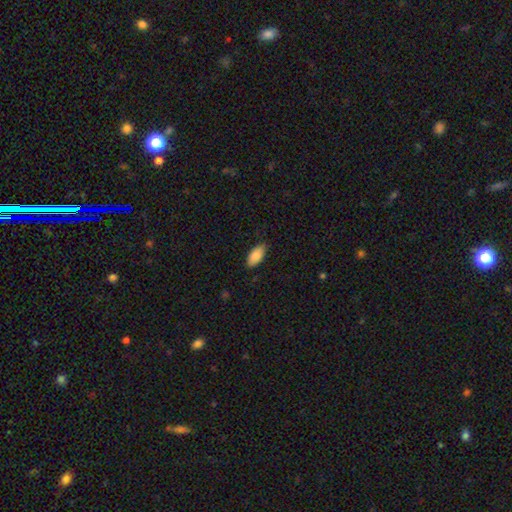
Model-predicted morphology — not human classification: A smooth galaxy with no disk features (85%) that is in between round and cigar-shaped (92%).

Vote fractions:
- Smooth or featured? smooth: 85% / featured or disk: 9% / star or artifact: 6%
- How rounded? in between: 92% / cigar-shaped: 6% / round: 2%
- Merging? none: 84% / minor disturbance: 13% / major disturbance: 2% / merger: 1%